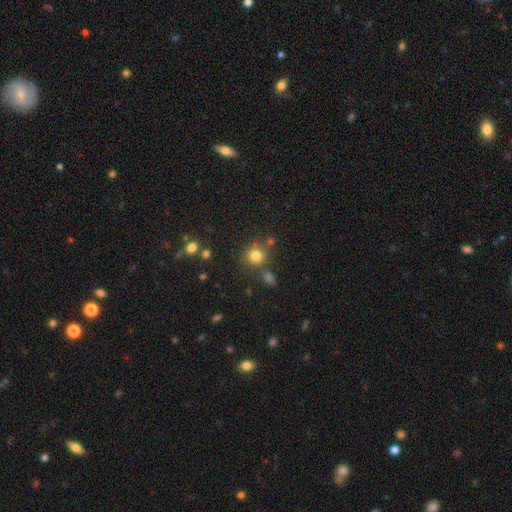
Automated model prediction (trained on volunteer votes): Morphology: type=smooth (80%); roundness=round (89%); merging=none (74%).